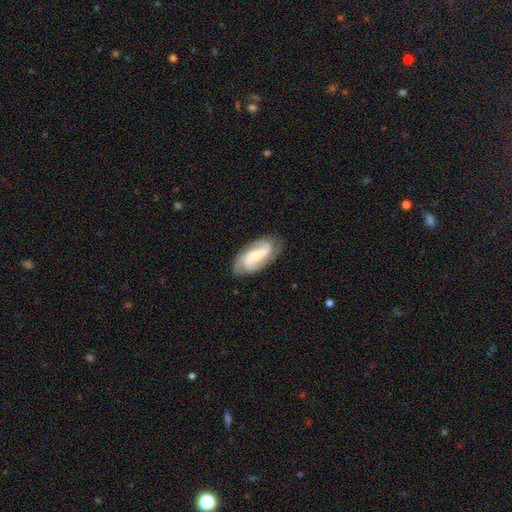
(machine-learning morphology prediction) smooth-or-featured: featured or disk: 80% | smooth: 15% | star or artifact: 6%
  disk-edge-on: no: 95% | yes: 5%
    bar: weak: 40% | no: 37% | strong: 23%
    has-spiral-arms: yes: 96% | no: 4%
      spiral-winding: medium: 49% | tight: 31% | loose: 21%
      spiral-arm-count: 2: 53% | 3: 29% | can't tell: 9% | 4: 4% | 1: 3% | more than 4: 2%
    bulge-size: small: 42% | moderate: 39% | large: 9% | none: 8% | dominant: 2%
  merging: none: 79% | minor disturbance: 15% | major disturbance: 5% | merger: 1%